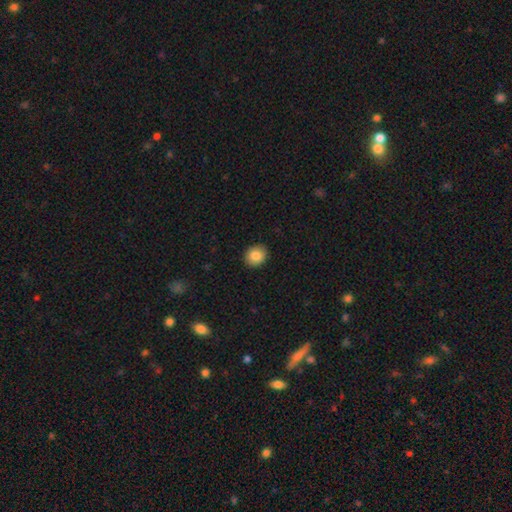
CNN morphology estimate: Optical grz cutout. It shows a smooth galaxy with no disk features (85%) that is round (71%). Merging: none (91%).